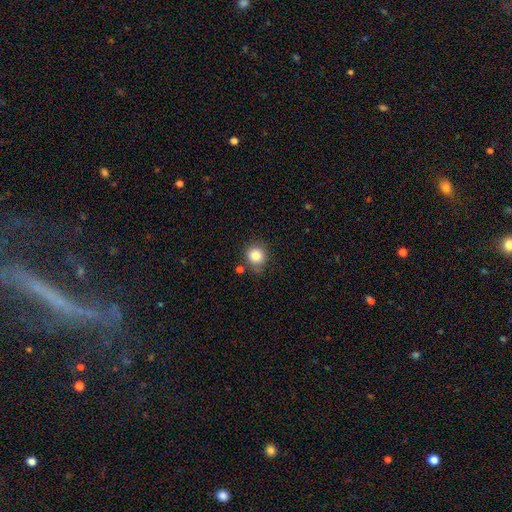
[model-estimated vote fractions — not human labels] Smooth or featured: smooth — 83% (star or artifact — 10%)
How rounded: round — 83% (in between — 16%)
Merging: none — 74% (minor disturbance — 16%)